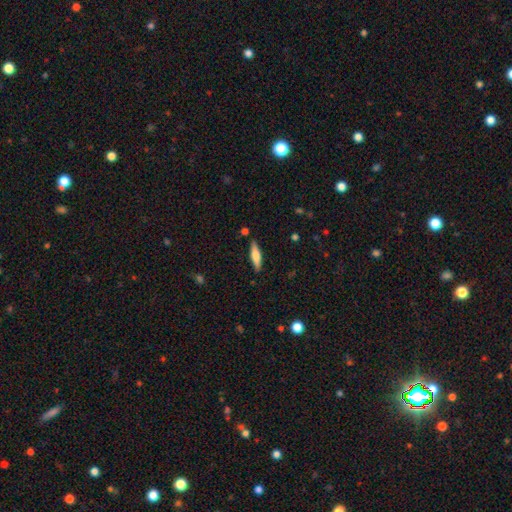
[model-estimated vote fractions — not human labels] Smooth or featured?
  - smooth: 58% *
  - featured or disk: 37%
  - star or artifact: 6%
How rounded?
  - cigar-shaped: 71% *
  - in between: 27%
  - round: 2%
Merging?
  - none: 87% *
  - minor disturbance: 9%
  - merger: 2%
  - major disturbance: 2%